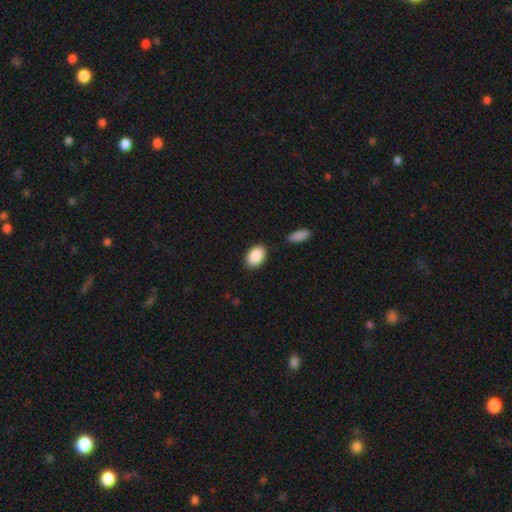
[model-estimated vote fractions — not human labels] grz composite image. It shows a smooth galaxy with no disk features (89%) that is in between round and cigar-shaped (90%). Merging: none (84%).